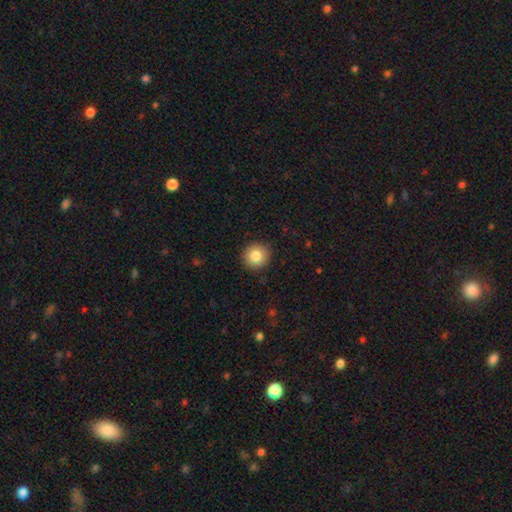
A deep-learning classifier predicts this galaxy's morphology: This is clearly a smooth galaxy (84%). How rounded: clearly round (92%). Merging: clearly none (91%).